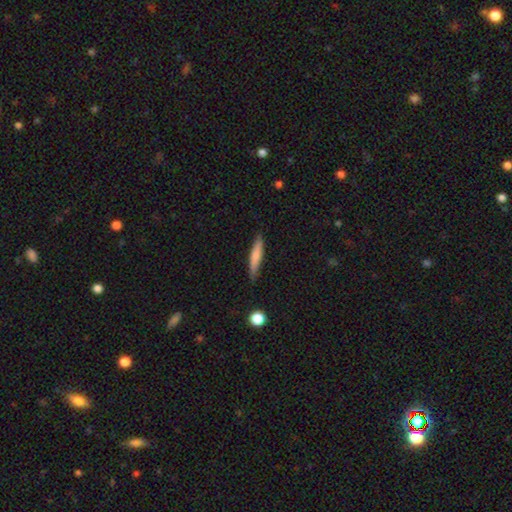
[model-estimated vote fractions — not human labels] smooth 70%, featured or disk 24%, star or artifact 6%. Down the decision tree: how rounded — cigar-shaped (89%); merging — none (84%).